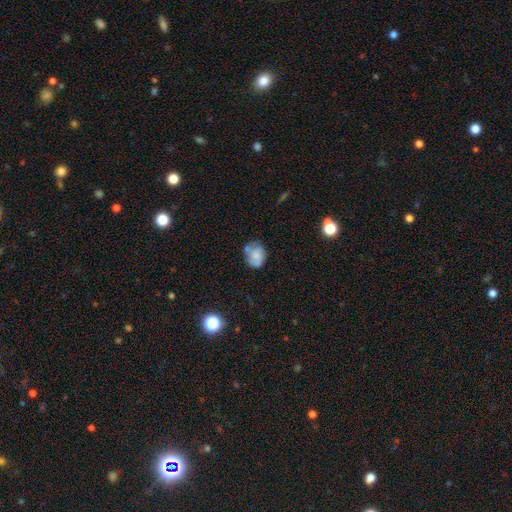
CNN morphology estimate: A smooth galaxy with no disk features (59%) that is in between round and cigar-shaped (52%). Merging: none (47%).